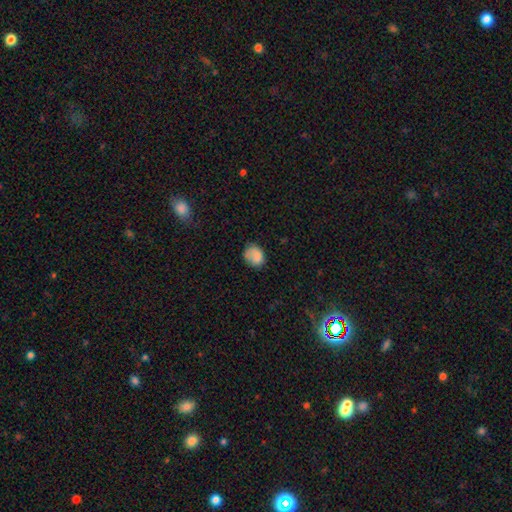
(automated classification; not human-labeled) Smooth or featured: smooth — 81% (featured or disk — 10%)
How rounded: round — 54% (in between — 45%)
Merging: none — 62% (minor disturbance — 26%)